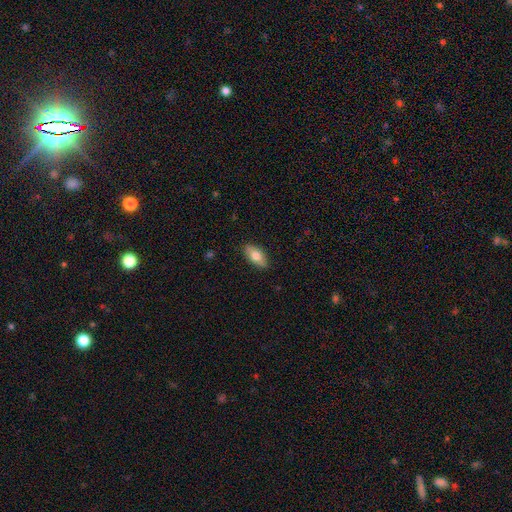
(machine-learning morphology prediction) smooth 71%, featured or disk 23%, star or artifact 6%. Down the decision tree: how rounded — in between (88%); merging — none (87%).